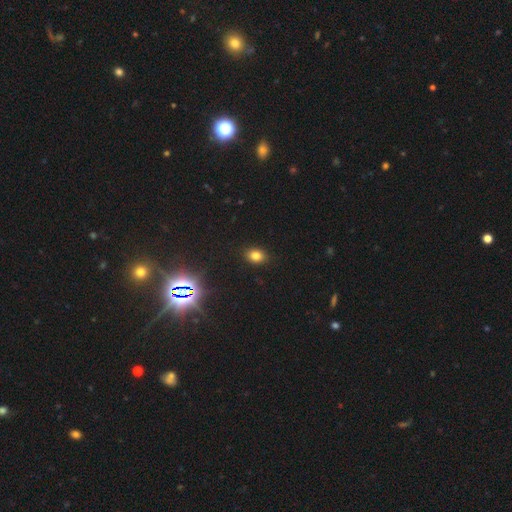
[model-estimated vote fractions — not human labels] The model was most divided on "how rounded": in between: 64%, round: 35%, cigar-shaped: 1%. More confident: merging — none (88%); smooth or featured — smooth (79%).